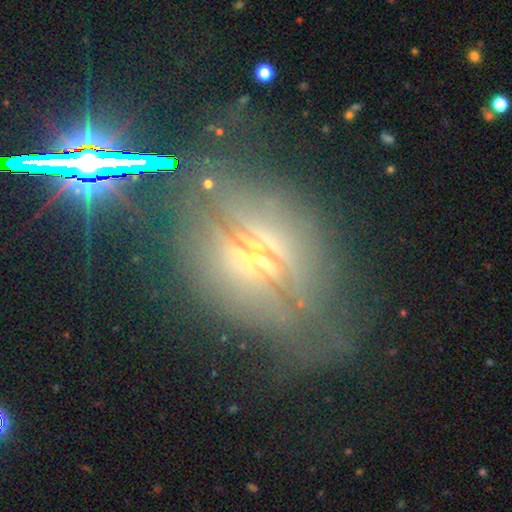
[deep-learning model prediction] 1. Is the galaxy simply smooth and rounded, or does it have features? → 55% featured or disk, 27% star or artifact, 18% smooth.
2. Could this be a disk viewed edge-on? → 51% no, 49% yes.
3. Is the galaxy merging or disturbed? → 59% none, 19% minor disturbance, 19% major disturbance, 3% merger.